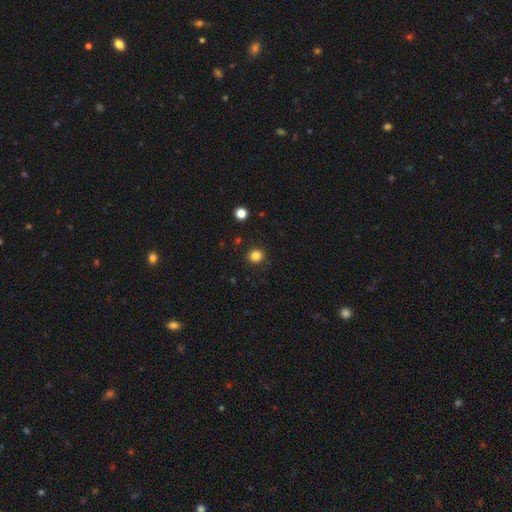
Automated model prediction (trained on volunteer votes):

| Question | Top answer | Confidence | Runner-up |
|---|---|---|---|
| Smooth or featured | smooth | 84% | star or artifact (12%) |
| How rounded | round | 86% | in between (13%) |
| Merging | none | 90% | minor disturbance (6%) |